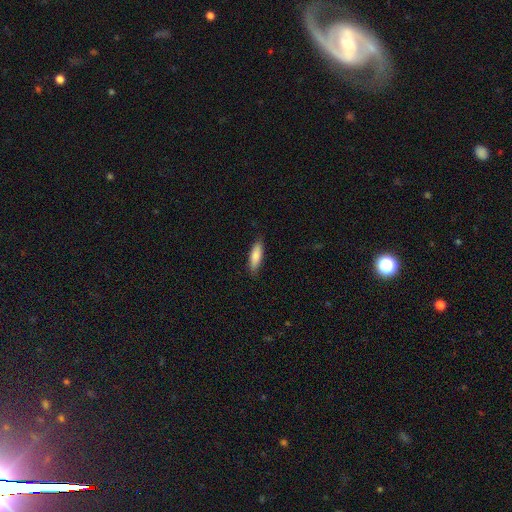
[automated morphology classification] Smooth or featured: smooth — 81% (featured or disk — 13%)
How rounded: in between — 53% (cigar-shaped — 45%)
Merging: none — 84% (minor disturbance — 13%)